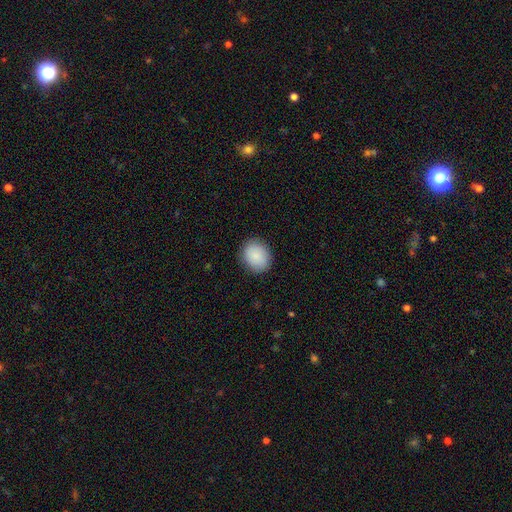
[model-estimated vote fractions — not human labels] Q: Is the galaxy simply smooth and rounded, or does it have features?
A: smooth — 89%.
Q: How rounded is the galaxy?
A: round — 65%.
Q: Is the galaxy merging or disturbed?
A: none — 87%.